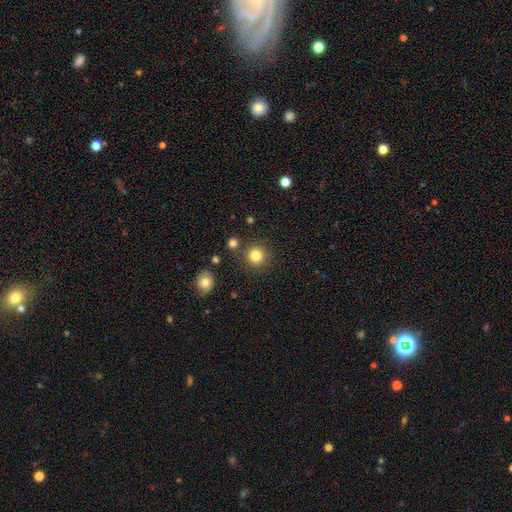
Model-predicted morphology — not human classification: The model was most divided on "smooth or featured": smooth: 83%, star or artifact: 11%, featured or disk: 5%. More confident: how rounded — round (94%); merging — none (87%).